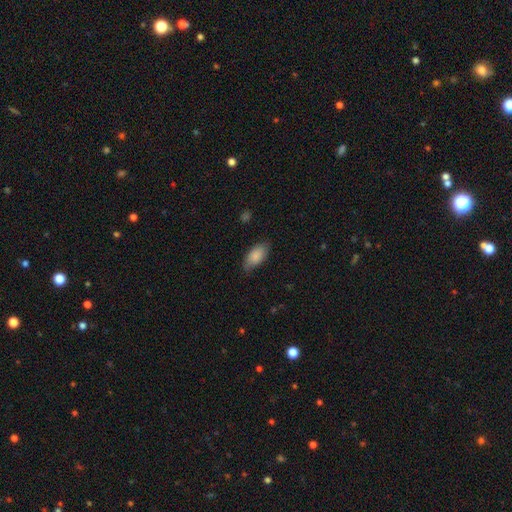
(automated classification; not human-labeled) This is clearly a smooth galaxy (85%). How rounded: clearly in between (92%). Merging: likely none (76%).